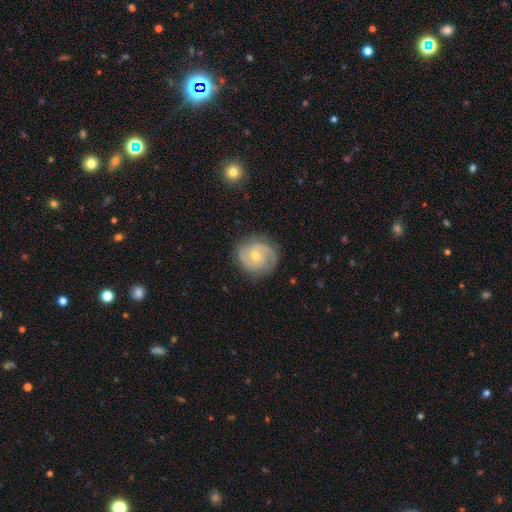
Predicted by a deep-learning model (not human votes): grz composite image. It shows a featured or disk galaxy (71%) with no bar (64%), 2 (56%) tight (48%) spiral arms (90%) and a moderate central bulge (48%, tied with small). Merging: none (76%).